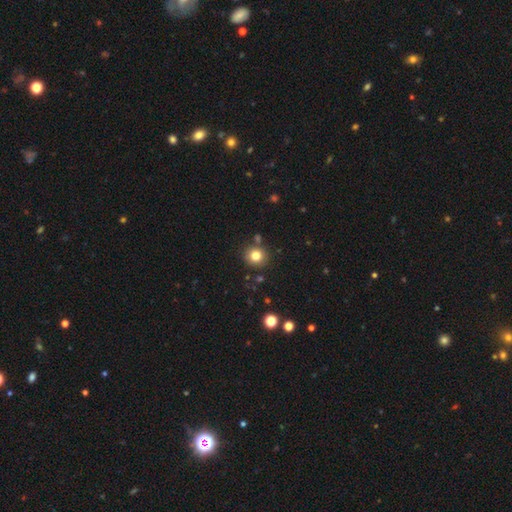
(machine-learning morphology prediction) smooth-or-featured: smooth: 81% | star or artifact: 12% | featured or disk: 7%
  how-rounded: round: 88% | in between: 11% | cigar-shaped: 1%
  merging: none: 85% | minor disturbance: 8% | merger: 5% | major disturbance: 2%